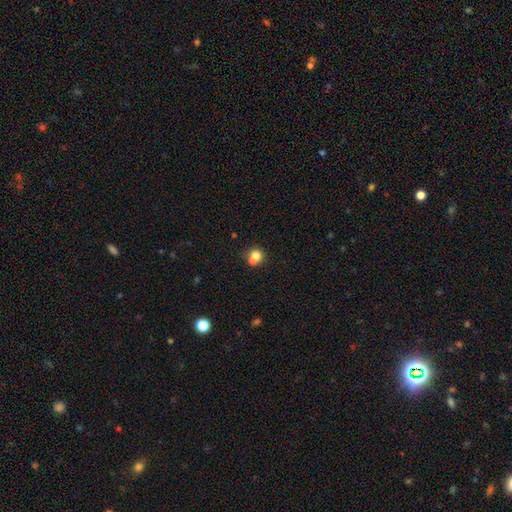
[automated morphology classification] type=smooth (75%); roundness=round (82%); merging=merger (49%).